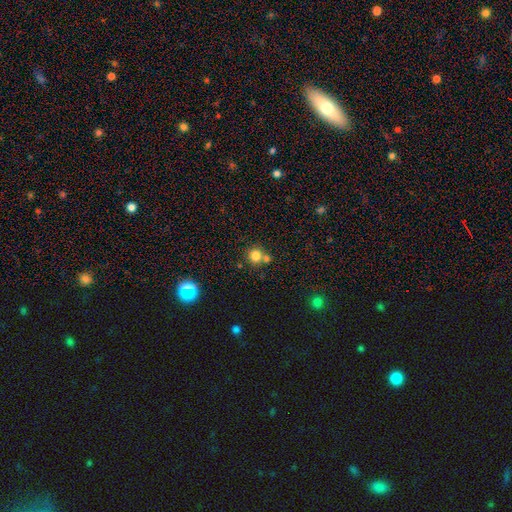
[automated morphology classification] A smooth galaxy with no disk features (79%) that is round (92%).

Vote fractions:
- Smooth or featured? smooth: 79% / star or artifact: 13% / featured or disk: 8%
- How rounded? round: 92% / in between: 7% / cigar-shaped: 1%
- Merging? none: 62% / merger: 28% / minor disturbance: 8% / major disturbance: 3%